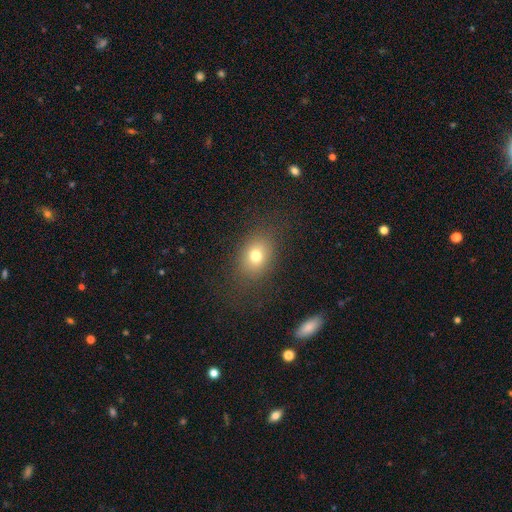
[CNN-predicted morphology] Q: Smooth or featured?
A: smooth (74%); runner-up: star or artifact (14%)
Q: How rounded?
A: in between (63%); runner-up: round (36%)
Q: Merging?
A: none (80%); runner-up: minor disturbance (12%)